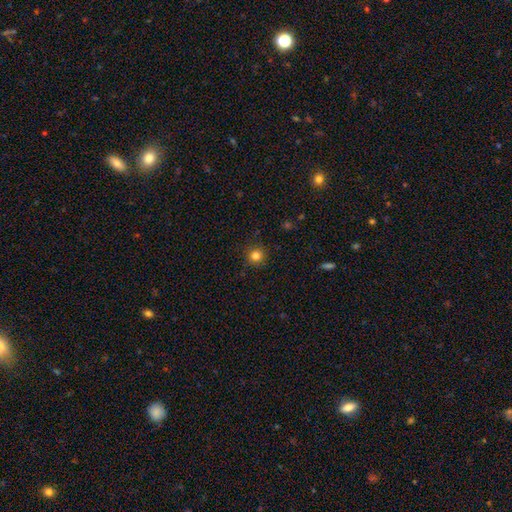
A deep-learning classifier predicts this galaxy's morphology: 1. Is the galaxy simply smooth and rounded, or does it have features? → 82% smooth, 13% star or artifact, 5% featured or disk.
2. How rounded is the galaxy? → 94% round, 5% in between, 1% cigar-shaped.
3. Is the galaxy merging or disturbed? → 91% none, 6% minor disturbance, 2% major disturbance, 1% merger.